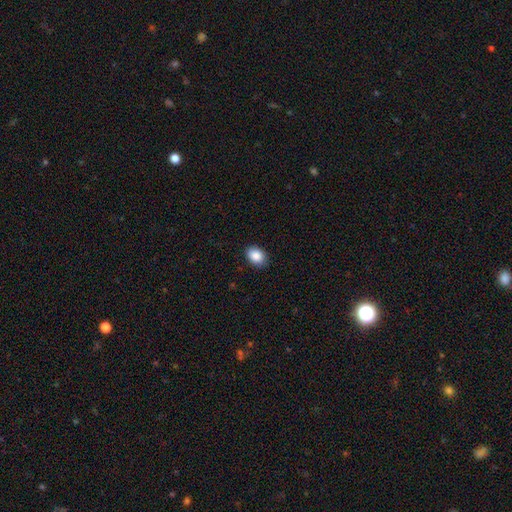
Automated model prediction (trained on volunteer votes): Smooth or featured: smooth — 88% (star or artifact — 8%)
How rounded: in between — 76% (round — 23%)
Merging: none — 87% (minor disturbance — 10%)